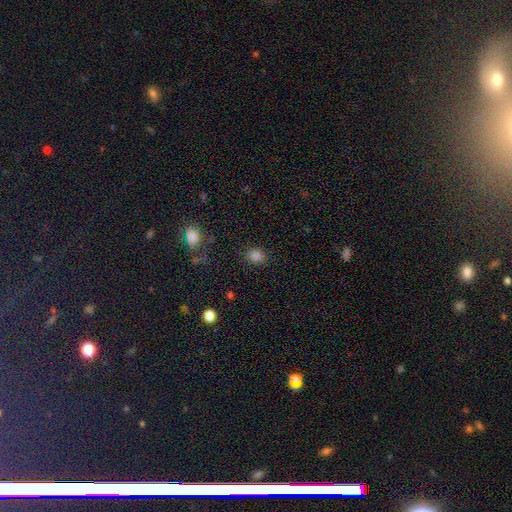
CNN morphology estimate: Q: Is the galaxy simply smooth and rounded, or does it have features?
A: smooth — 82%.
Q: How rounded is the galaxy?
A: round — 54%.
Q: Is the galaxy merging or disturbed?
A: none — 84%.